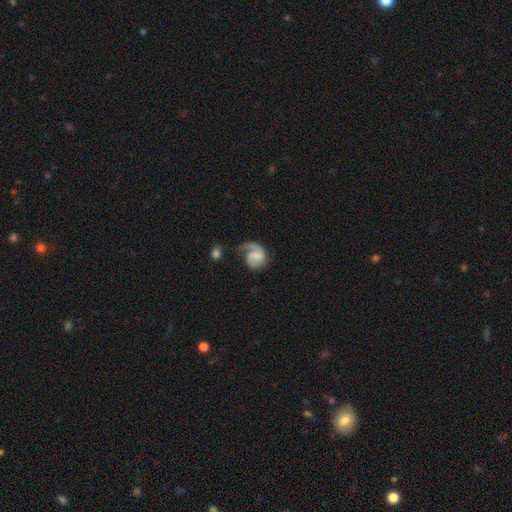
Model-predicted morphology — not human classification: A featured or disk galaxy (74%) with a weak bar (45%), 1 (52%) medium (43%) spiral arms (94%) and no central bulge (53%). Merging: none (42%).